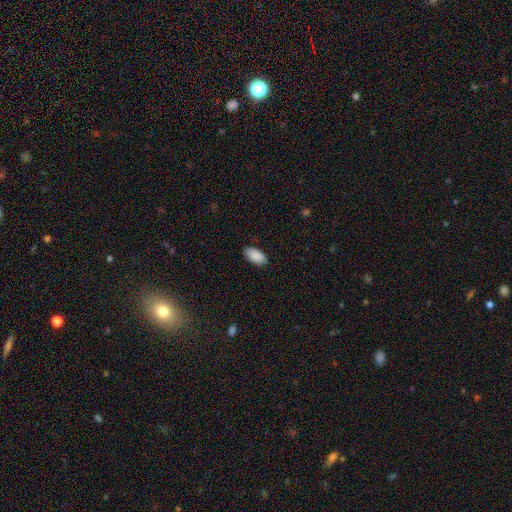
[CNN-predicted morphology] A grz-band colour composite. It shows a smooth galaxy with no disk features (90%) that is in between round and cigar-shaped (95%). Merging: none (85%).